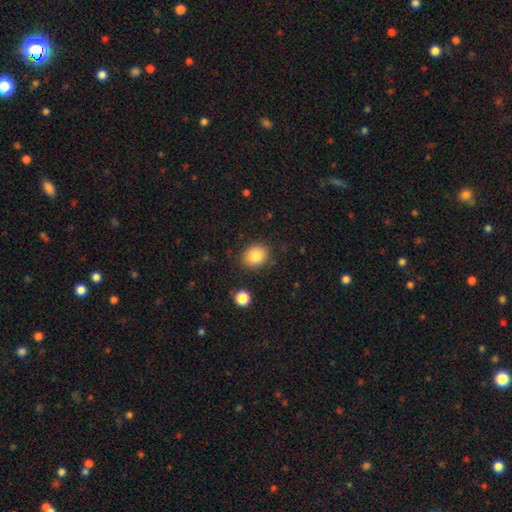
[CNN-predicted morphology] type=smooth (83%); roundness=round (62%); merging=none (86%).